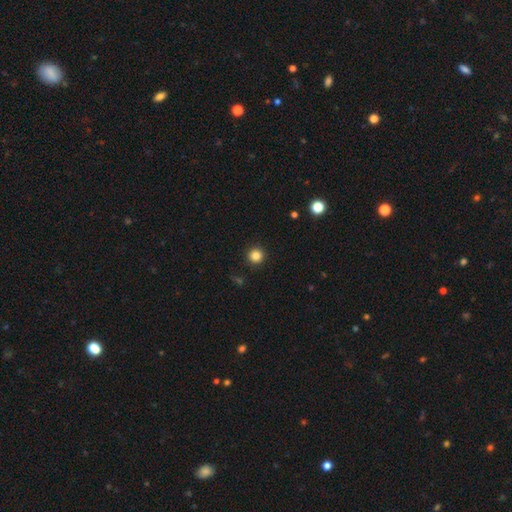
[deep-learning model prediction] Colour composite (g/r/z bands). It shows a smooth galaxy with no disk features (85%) that is round (96%). Merging: none (92%).